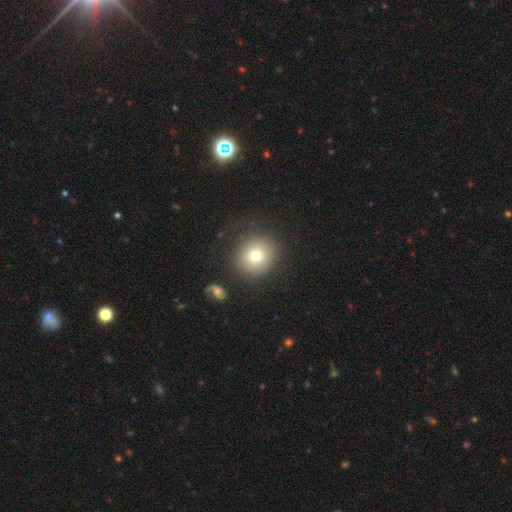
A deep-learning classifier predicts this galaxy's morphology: Overall: smooth (75%). How rounded: round (87%). Merging: none (84%).